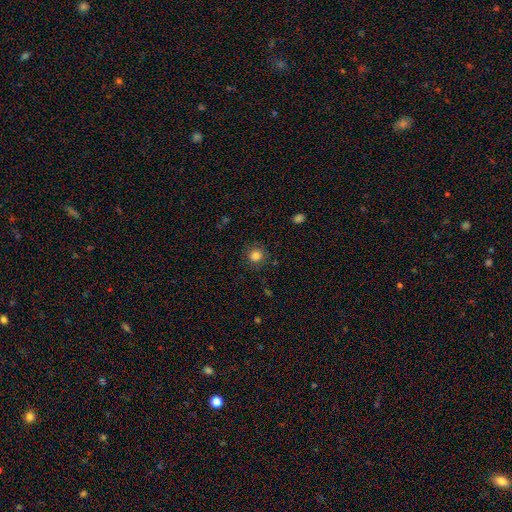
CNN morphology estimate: smooth-or-featured: smooth: 83% | star or artifact: 12% | featured or disk: 5%
  how-rounded: round: 89% | in between: 10% | cigar-shaped: 1%
  merging: none: 85% | minor disturbance: 10% | major disturbance: 4% | merger: 1%